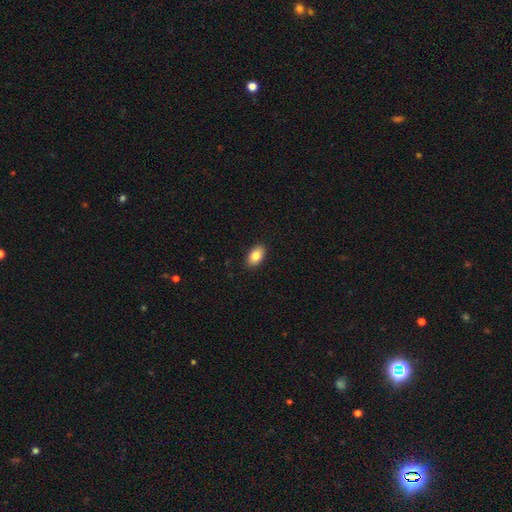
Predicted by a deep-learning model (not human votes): smooth_or_featured: smooth (p=0.84) [alt: featured or disk p=0.08]
how_rounded: in between (p=0.91) [alt: round p=0.07]
merging: none (p=0.90) [alt: minor disturbance p=0.08]